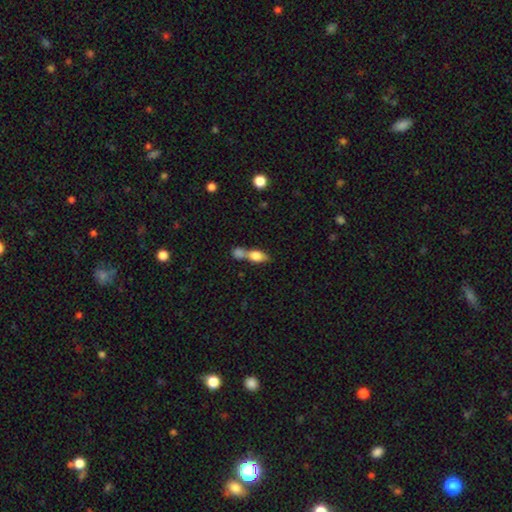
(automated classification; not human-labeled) Overall: smooth (73%). How rounded: in between (68%). Merging: merger (63%; none 25%).